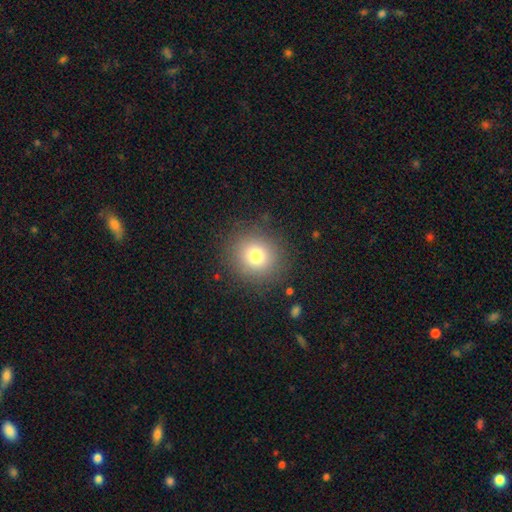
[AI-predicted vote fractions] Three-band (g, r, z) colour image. It shows a smooth galaxy with no disk features (76%) that is round (88%). Merging: none (87%).